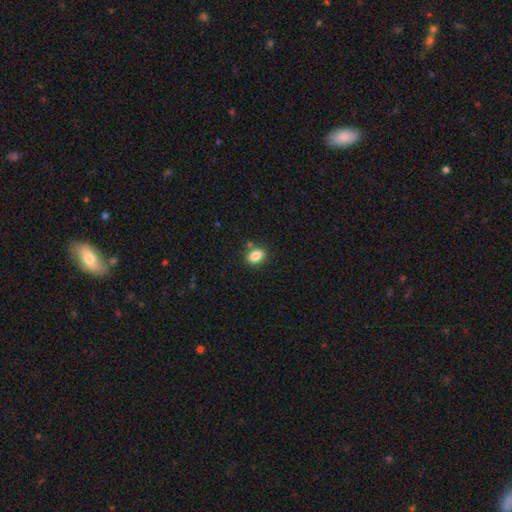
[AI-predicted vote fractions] smooth_or_featured: smooth (p=0.86) [alt: star or artifact p=0.09]
how_rounded: in between (p=0.81) [alt: round p=0.17]
merging: none (p=0.80) [alt: minor disturbance p=0.11]